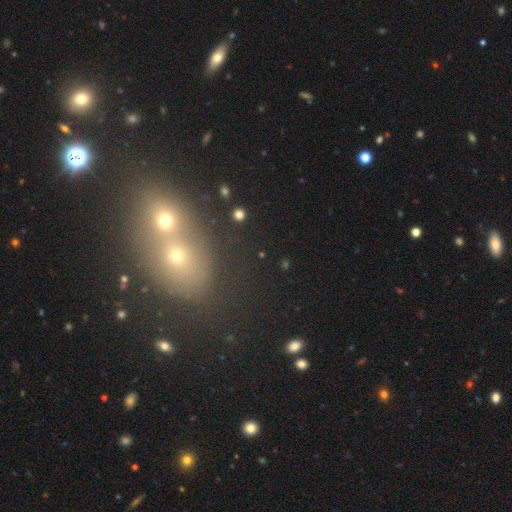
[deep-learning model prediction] Smooth or featured? Predicted: smooth (p=0.44). Merging? Predicted: merger (p=0.55).